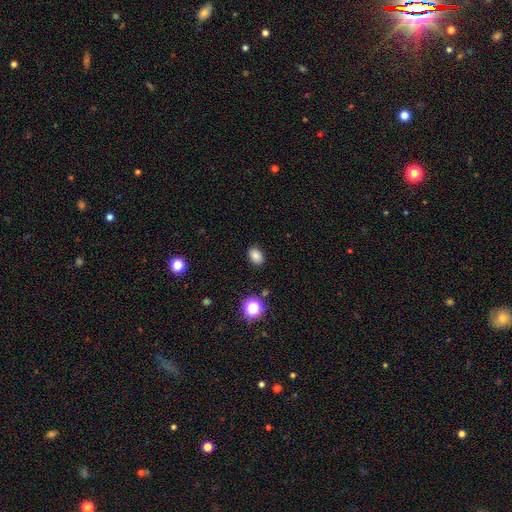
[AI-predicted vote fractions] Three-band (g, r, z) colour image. It shows a smooth galaxy with no disk features (81%) that is in between round and cigar-shaped (73%). Merging: none (87%).